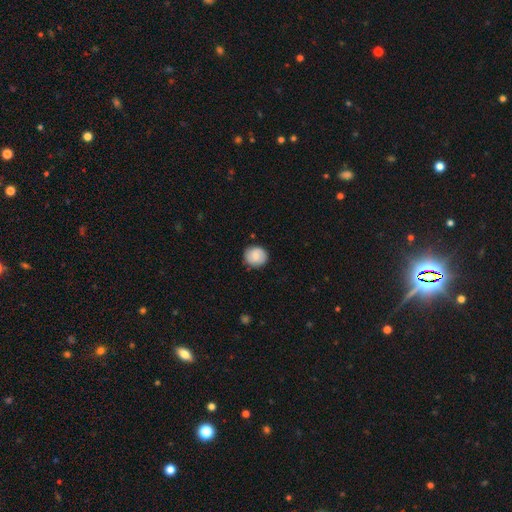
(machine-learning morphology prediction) Overall: smooth (78%). How rounded: round (86%). Merging: none (84%).